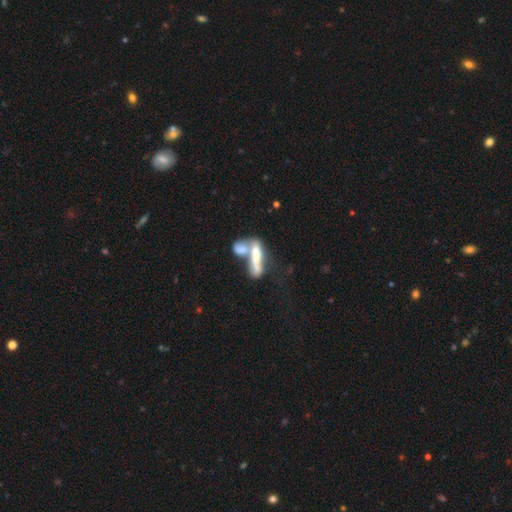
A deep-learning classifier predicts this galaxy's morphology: type=smooth (55%); roundness=cigar-shaped (59%); merging=merger (64%).